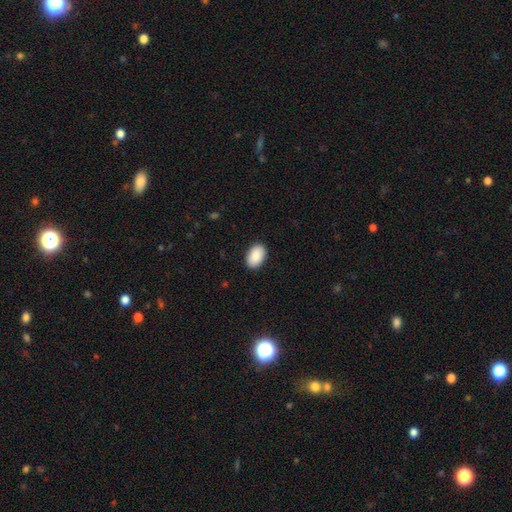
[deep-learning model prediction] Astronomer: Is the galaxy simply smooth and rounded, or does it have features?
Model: smooth — 90%.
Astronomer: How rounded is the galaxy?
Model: in between — 92%.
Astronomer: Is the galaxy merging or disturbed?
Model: none — 90%.